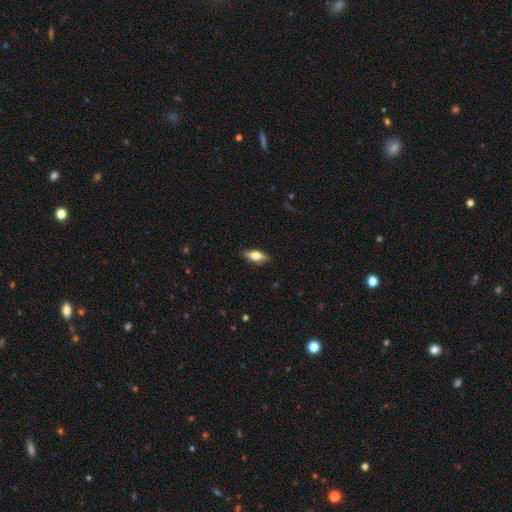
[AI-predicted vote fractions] Morphology: type=smooth (62%); roundness=in between (73%); merging=none (86%).